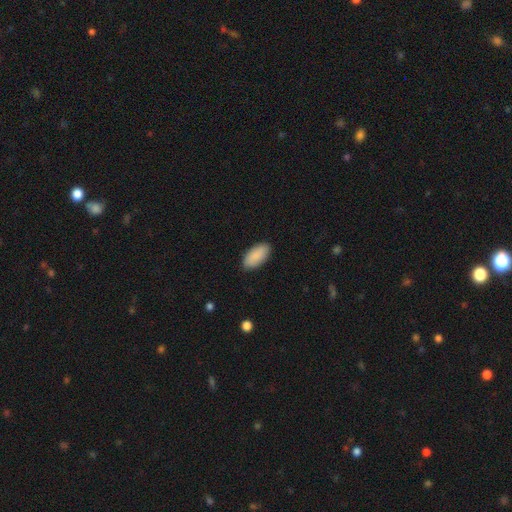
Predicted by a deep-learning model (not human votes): Smooth or featured? Predicted: smooth (p=0.90). How rounded? Predicted: in between (p=0.93). Merging? Predicted: none (p=0.89).